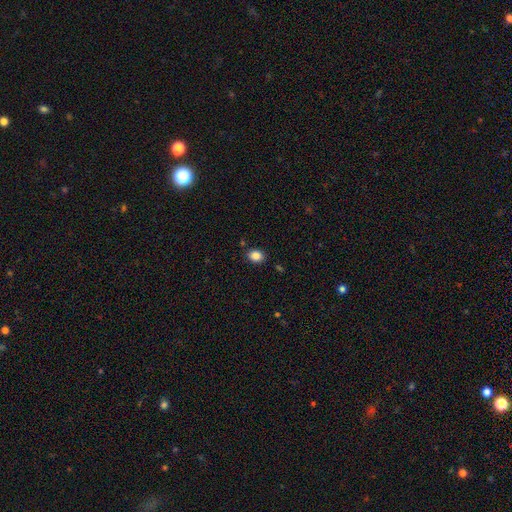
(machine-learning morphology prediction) Smooth or featured? Predicted: smooth (p=0.86). How rounded? Predicted: in between (p=0.61). Merging? Predicted: none (p=0.86).